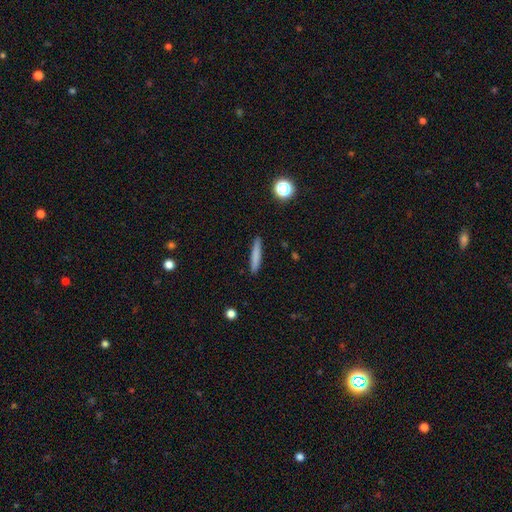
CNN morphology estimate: Q: Smooth or featured?
A: smooth (78%); runner-up: featured or disk (15%)
Q: How rounded?
A: cigar-shaped (94%); runner-up: in between (5%)
Q: Merging?
A: none (90%); runner-up: minor disturbance (7%)